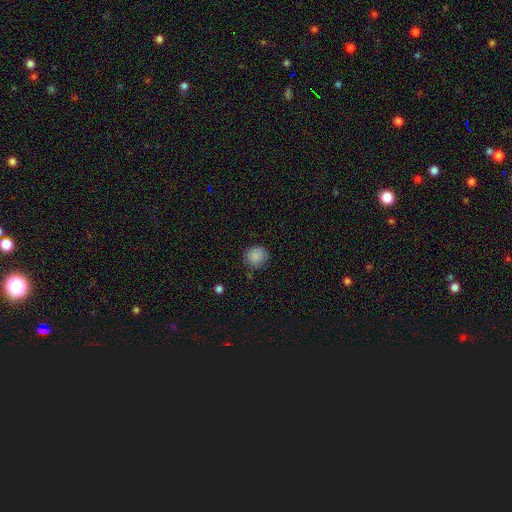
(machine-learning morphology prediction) This is clearly a smooth galaxy (87%). How rounded: clearly round (86%). Merging: clearly none (81%).